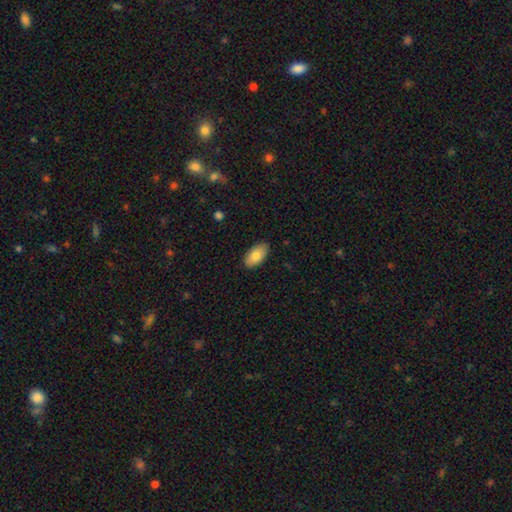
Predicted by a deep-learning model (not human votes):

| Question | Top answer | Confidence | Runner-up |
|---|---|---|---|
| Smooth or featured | smooth | 81% | featured or disk (13%) |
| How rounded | in between | 94% | round (3%) |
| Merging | none | 88% | minor disturbance (10%) |